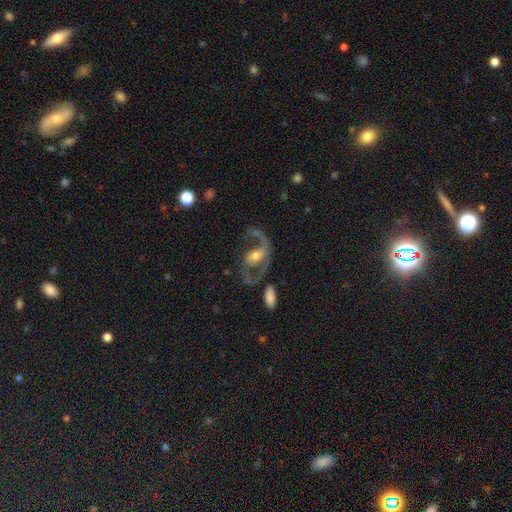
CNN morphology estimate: featured or disk 79%, smooth 14%, star or artifact 6%. Down the decision tree: edge-on disk — no (96%); bar — no (41%); spiral arms — yes (82%); spiral arm count — 2 (68%); spiral winding — loose (50%); bulge size — moderate (59%); merging — none (40%).